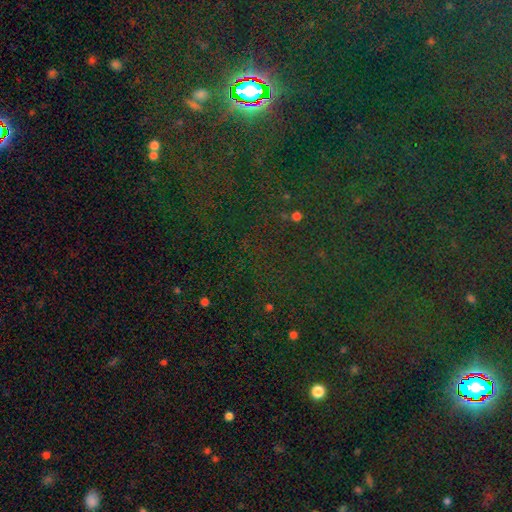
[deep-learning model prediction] This is clearly a star or artifact rather than a galaxy (83%).